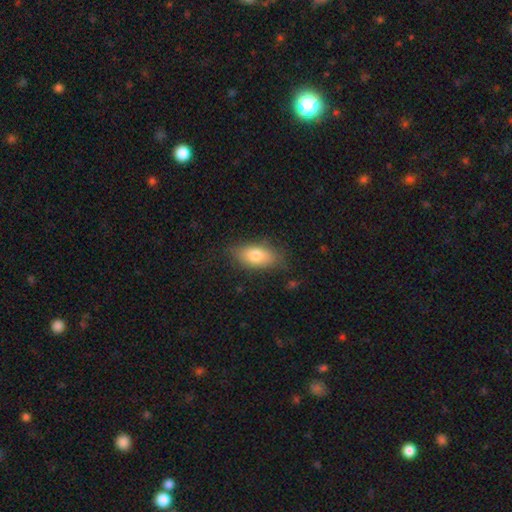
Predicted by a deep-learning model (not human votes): A smooth galaxy with no disk features (78%) that is in between round and cigar-shaped (88%). Merging: none (76%).